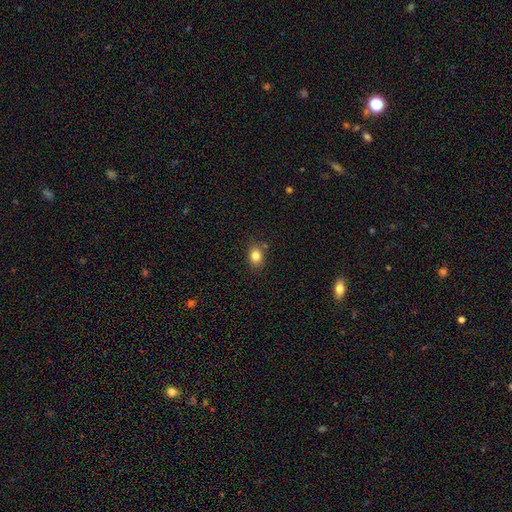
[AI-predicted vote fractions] This is clearly a smooth galaxy (83%). How rounded: likely in between (62%). Merging: likely none (80%).